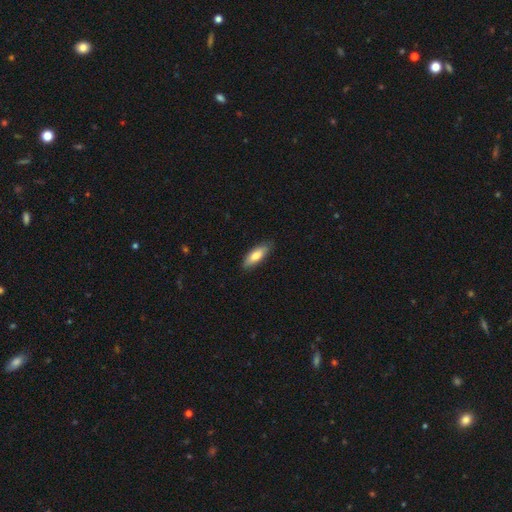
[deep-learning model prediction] smooth_or_featured: smooth (p=0.77) [alt: featured or disk p=0.18]
how_rounded: in between (p=0.63) [alt: cigar-shaped p=0.36]
merging: none (p=0.84) [alt: minor disturbance p=0.13]